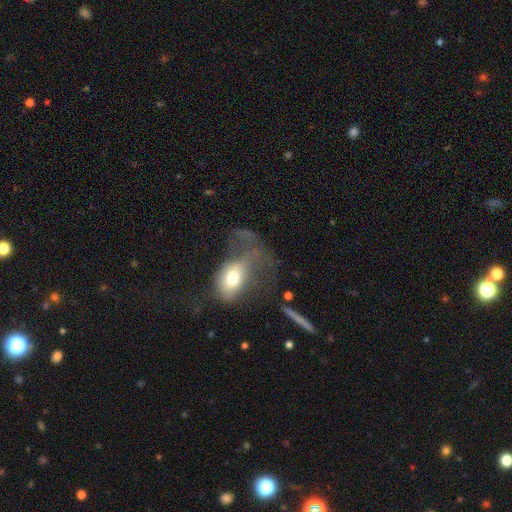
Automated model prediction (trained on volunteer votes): This appears to be a smooth galaxy with no disk features (48%). Merging: major disturbance (57%).